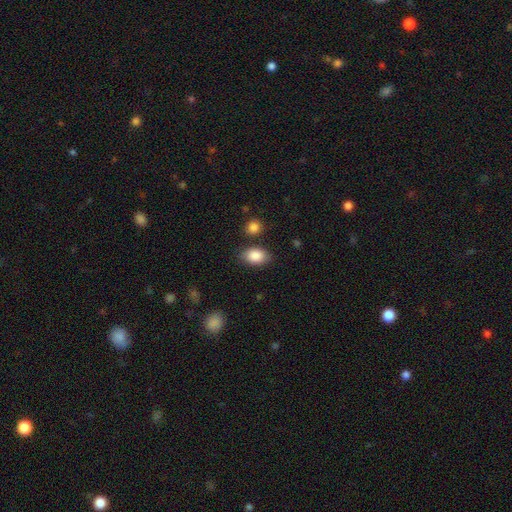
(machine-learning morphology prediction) Smooth or featured? smooth (87%)
How rounded? in between (85%)
Merging? none (79%)